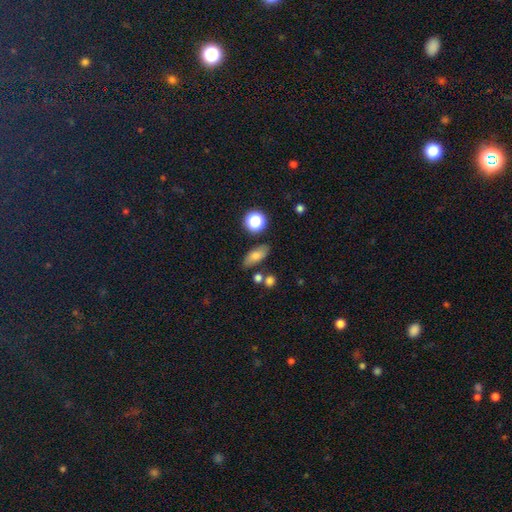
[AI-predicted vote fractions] Q: Smooth or featured?
A: smooth (75%); runner-up: featured or disk (13%)
Q: How rounded?
A: in between (76%); runner-up: cigar-shaped (14%)
Q: Merging?
A: none (78%); runner-up: minor disturbance (12%)